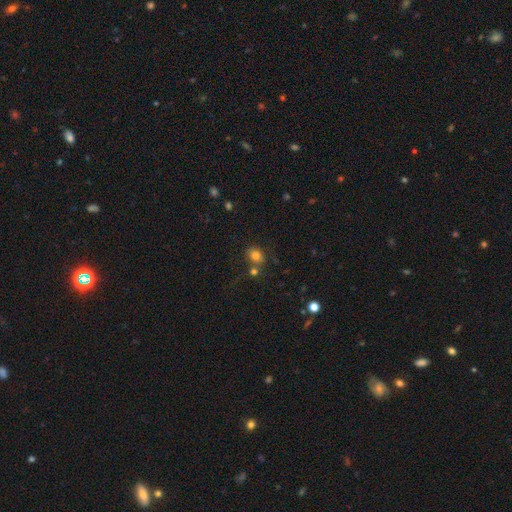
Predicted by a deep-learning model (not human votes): smooth_or_featured: smooth (p=0.78) [alt: star or artifact p=0.14]
how_rounded: round (p=0.62) [alt: in between p=0.37]
merging: none (p=0.66) [alt: merger p=0.17]